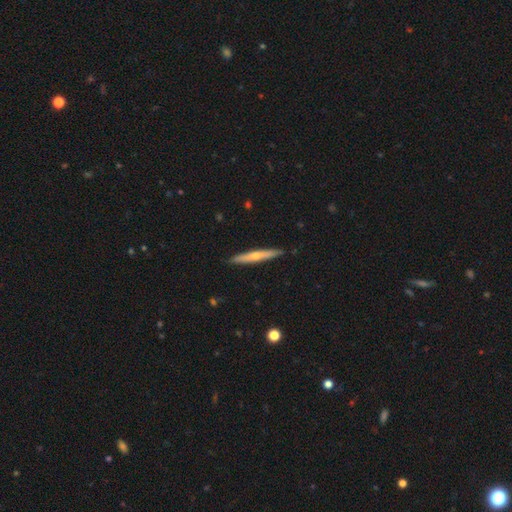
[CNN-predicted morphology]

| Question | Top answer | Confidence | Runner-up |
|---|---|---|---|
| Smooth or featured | featured or disk | 56% | smooth (38%) |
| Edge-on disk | yes | 96% | no (4%) |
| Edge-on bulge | rounded | 73% | none (24%) |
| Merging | none | 90% | minor disturbance (7%) |